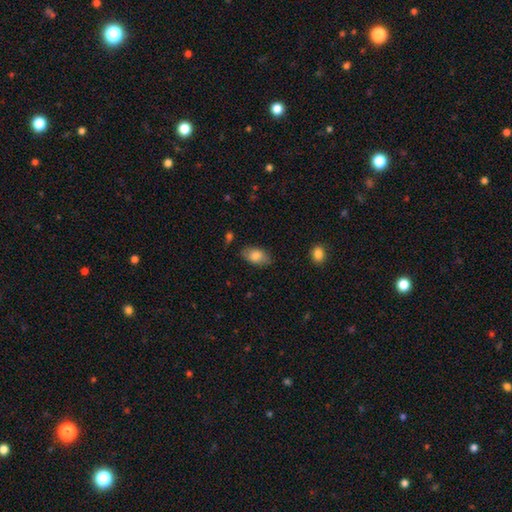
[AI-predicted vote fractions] smooth-or-featured: smooth: 80% | featured or disk: 13% | star or artifact: 7%
  how-rounded: in between: 92% | round: 6% | cigar-shaped: 2%
  merging: none: 79% | minor disturbance: 16% | major disturbance: 4% | merger: 2%